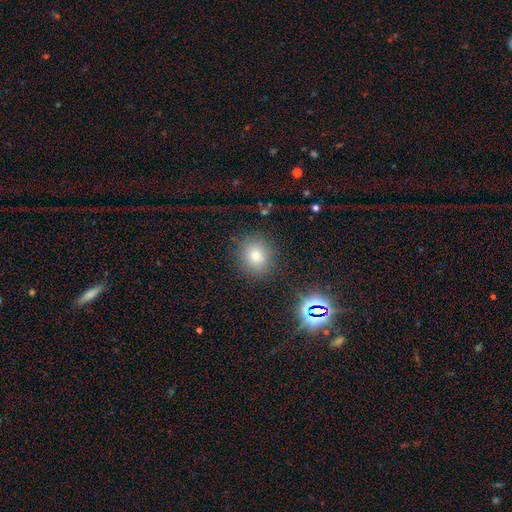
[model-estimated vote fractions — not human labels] smooth 73%, star or artifact 18%, featured or disk 9%. Down the decision tree: how rounded — round (72%); merging — none (86%).